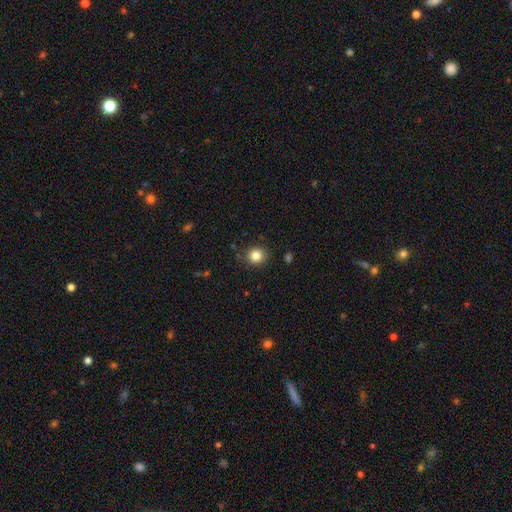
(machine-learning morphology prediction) Smooth or featured? Predicted: smooth (p=0.83). How rounded? Predicted: round (p=0.86). Merging? Predicted: none (p=0.87).